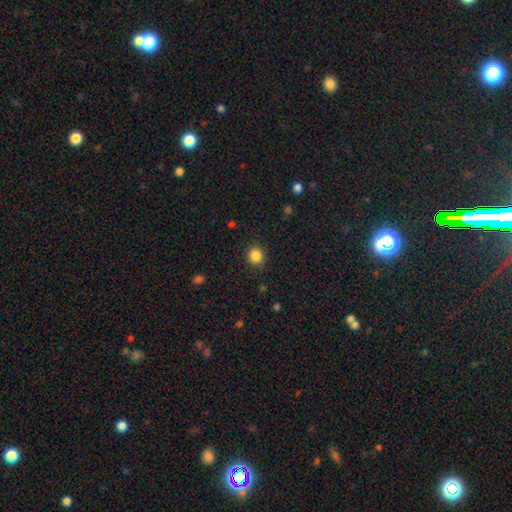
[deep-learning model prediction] Smooth or featured?
  - smooth: 85% *
  - star or artifact: 11%
  - featured or disk: 4%
How rounded?
  - round: 86% *
  - in between: 13%
  - cigar-shaped: 1%
Merging?
  - none: 90% *
  - minor disturbance: 6%
  - major disturbance: 2%
  - merger: 1%